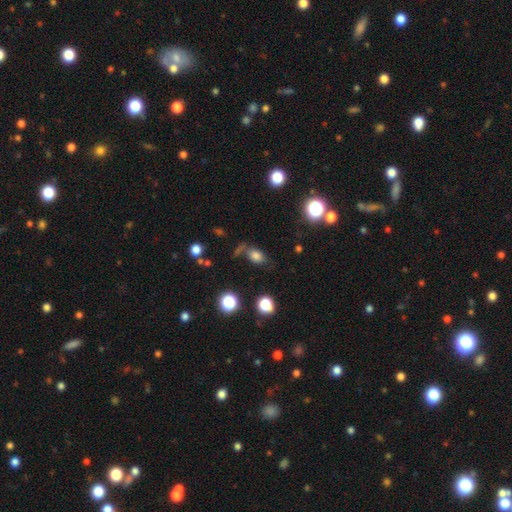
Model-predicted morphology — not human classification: Smooth or featured?
  - smooth: 76% *
  - star or artifact: 15%
  - featured or disk: 10%
How rounded?
  - in between: 76% *
  - round: 21%
  - cigar-shaped: 2%
Merging?
  - none: 55% *
  - minor disturbance: 20%
  - major disturbance: 13%
  - merger: 12%